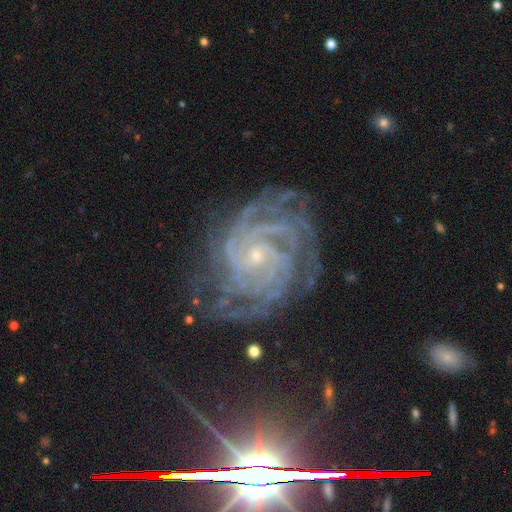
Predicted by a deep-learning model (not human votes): Q: Smooth or featured?
A: featured or disk (90%); runner-up: star or artifact (6%)
Q: Edge-on disk?
A: no (98%); runner-up: yes (2%)
Q: Bar?
A: no (66%); runner-up: weak (24%)
Q: Spiral arms?
A: yes (98%); runner-up: no (2%)
Q: Spiral winding?
A: tight (76%); runner-up: medium (21%)
Q: Spiral arm count?
A: 4 (25%); runner-up: more than 4 (21%)
Q: Bulge size?
A: small (83%); runner-up: moderate (13%)
Q: Merging?
A: none (71%); runner-up: minor disturbance (18%)